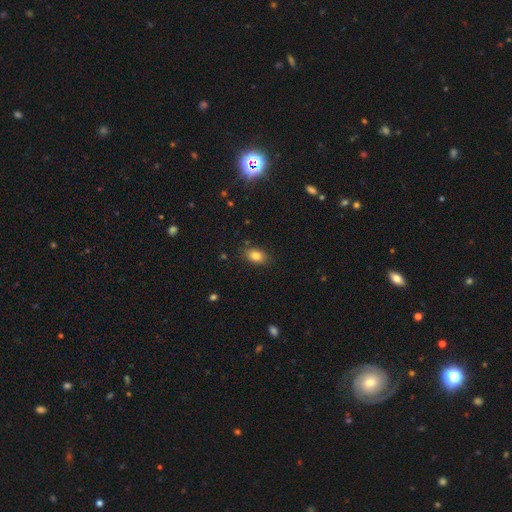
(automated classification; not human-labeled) This appears to be a smooth galaxy with no disk features (82%) that is in between round and cigar-shaped (82%). Merging: none (84%).